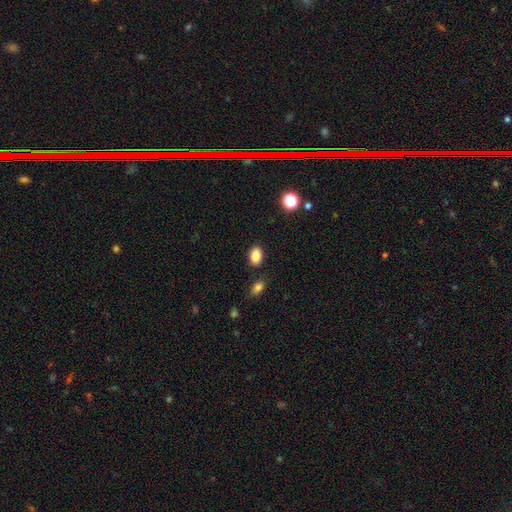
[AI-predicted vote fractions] Q: Smooth or featured?
A: smooth (86%); runner-up: star or artifact (9%)
Q: How rounded?
A: in between (83%); runner-up: round (16%)
Q: Merging?
A: none (86%); runner-up: minor disturbance (9%)